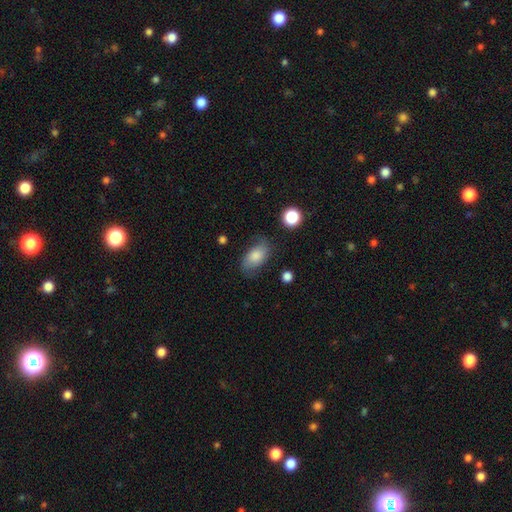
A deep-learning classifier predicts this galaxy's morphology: Smooth or featured: smooth — 71% (featured or disk — 20%)
How rounded: in between — 90% (round — 8%)
Merging: none — 68% (minor disturbance — 23%)